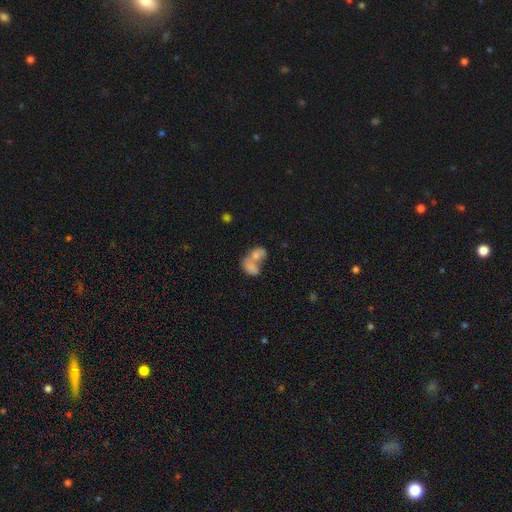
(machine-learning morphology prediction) Overall: smooth (62%; featured or disk 25%). How rounded: in between (70%). Merging: merger (72%).